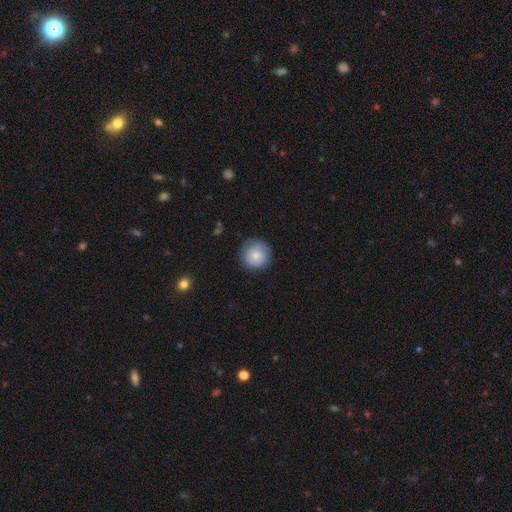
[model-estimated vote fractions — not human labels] This appears to be a smooth galaxy with no disk features (78%) that is round (95%). Merging: none (82%).